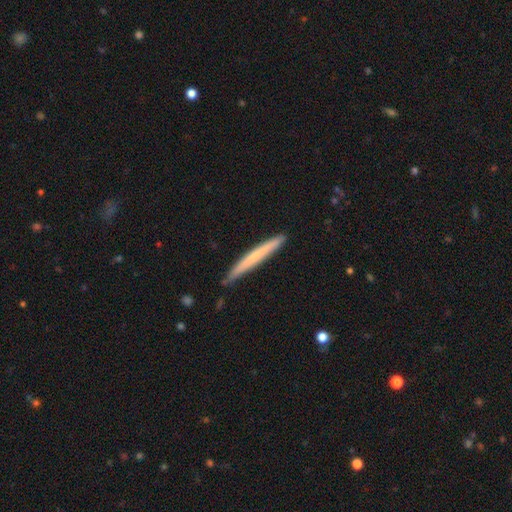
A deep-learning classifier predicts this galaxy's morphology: Overall: smooth (60%; featured or disk 35%). How rounded: cigar-shaped (97%). Merging: none (84%).